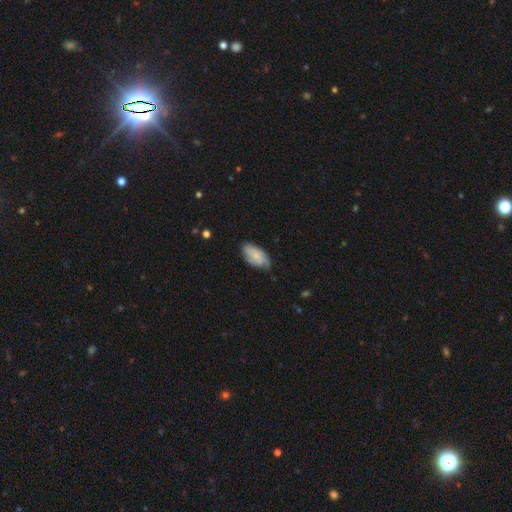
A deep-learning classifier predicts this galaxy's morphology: A smooth galaxy with no disk features (65%) that is in between round and cigar-shaped (92%).

Vote fractions:
- Smooth or featured? smooth: 65% / featured or disk: 29% / star or artifact: 7%
- How rounded? in between: 92% / cigar-shaped: 5% / round: 3%
- Merging? none: 59% / minor disturbance: 32% / major disturbance: 7% / merger: 2%